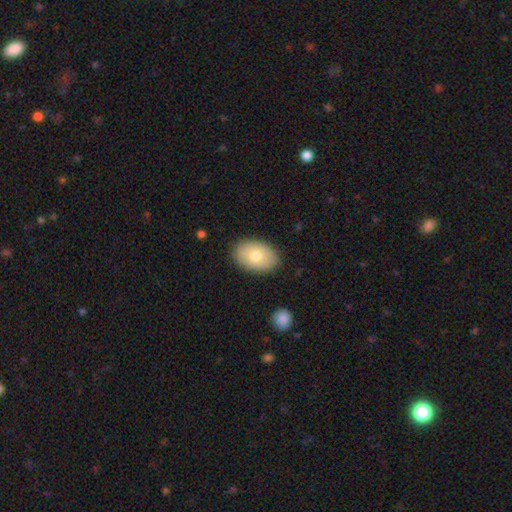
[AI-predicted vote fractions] Q: Smooth or featured?
A: smooth (75%); runner-up: featured or disk (18%)
Q: How rounded?
A: in between (87%); runner-up: round (12%)
Q: Merging?
A: none (87%); runner-up: minor disturbance (9%)